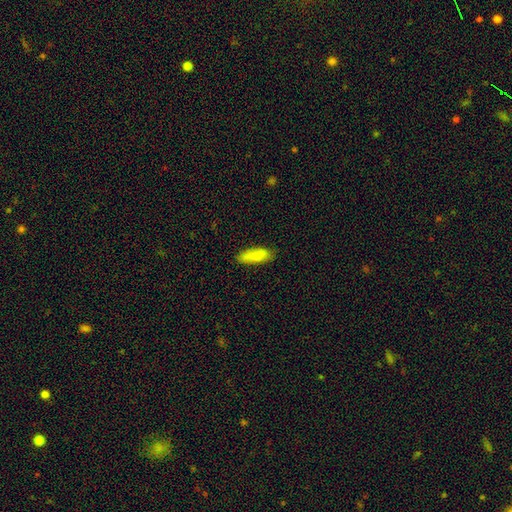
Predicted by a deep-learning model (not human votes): Smooth or featured?
  - smooth: 80% *
  - featured or disk: 14%
  - star or artifact: 6%
How rounded?
  - in between: 59% *
  - cigar-shaped: 39%
  - round: 2%
Merging?
  - none: 80% *
  - minor disturbance: 16%
  - major disturbance: 3%
  - merger: 2%